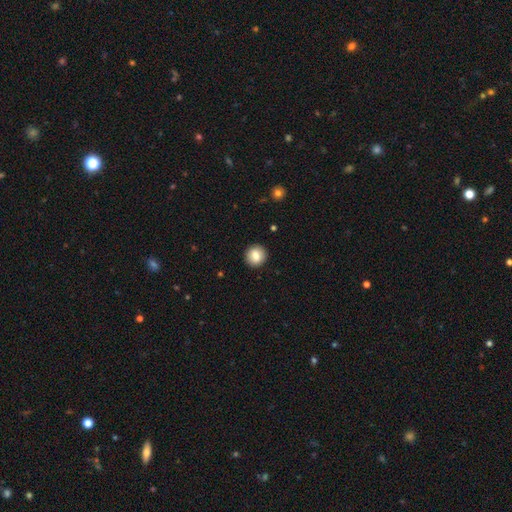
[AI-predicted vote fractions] A smooth galaxy with no disk features (84%) that is round (92%).

Vote fractions:
- Smooth or featured? smooth: 84% / star or artifact: 8% / featured or disk: 8%
- How rounded? round: 92% / in between: 7% / cigar-shaped: 1%
- Merging? none: 92% / minor disturbance: 5% / major disturbance: 2% / merger: 1%